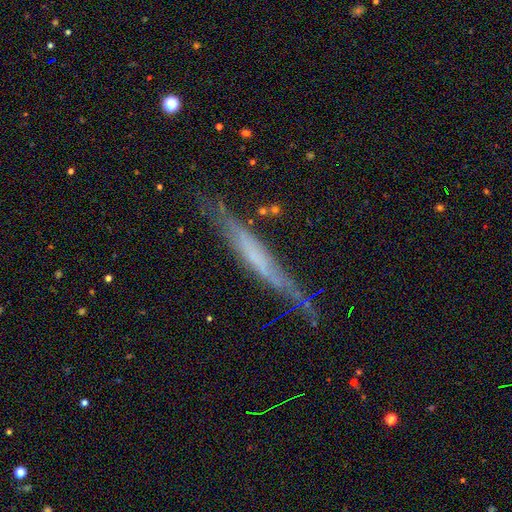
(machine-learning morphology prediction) type=featured or disk (63%); edge-on=yes (88%); edge-on bulge=none (73%); merging=none (66%).